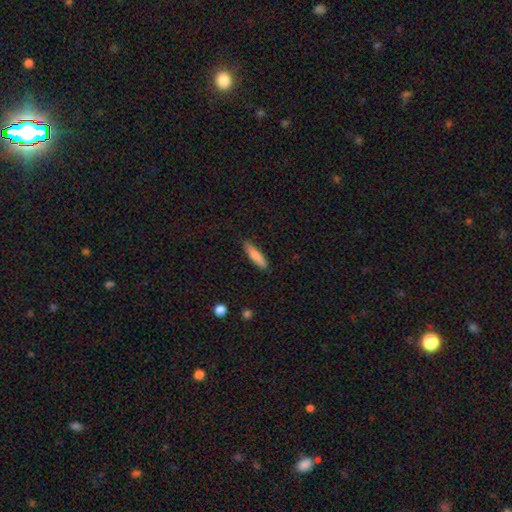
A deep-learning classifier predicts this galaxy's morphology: A smooth galaxy with no disk features (83%) that is cigar-shaped (77%). Merging: none (86%).